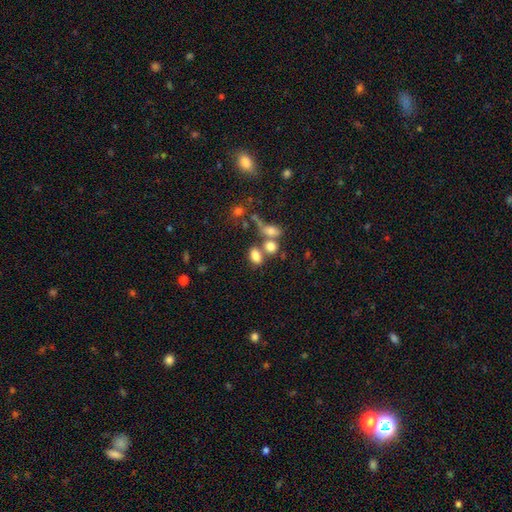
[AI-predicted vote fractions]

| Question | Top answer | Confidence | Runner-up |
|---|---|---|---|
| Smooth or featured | smooth | 79% | star or artifact (11%) |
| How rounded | in between | 82% | round (16%) |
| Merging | none | 45% | merger (36%) |